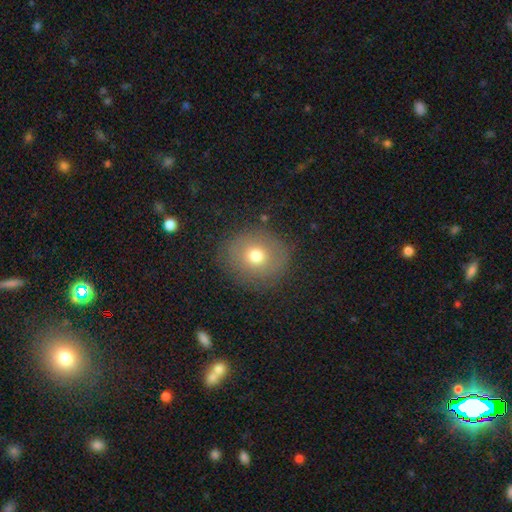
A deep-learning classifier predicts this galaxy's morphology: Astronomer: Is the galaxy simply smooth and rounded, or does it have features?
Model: smooth — 70%.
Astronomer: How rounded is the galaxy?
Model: round — 84%.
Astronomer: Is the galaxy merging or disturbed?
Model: none — 83%.